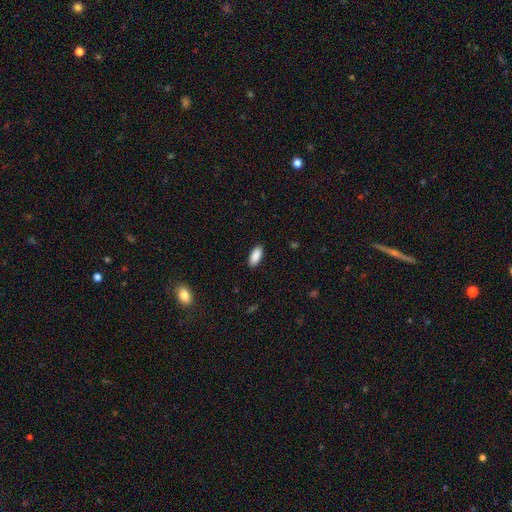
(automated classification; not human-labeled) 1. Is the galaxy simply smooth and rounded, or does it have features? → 90% smooth, 6% star or artifact, 4% featured or disk.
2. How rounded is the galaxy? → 88% in between, 11% cigar-shaped, 2% round.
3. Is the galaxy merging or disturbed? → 89% none, 8% minor disturbance, 2% major disturbance, 1% merger.